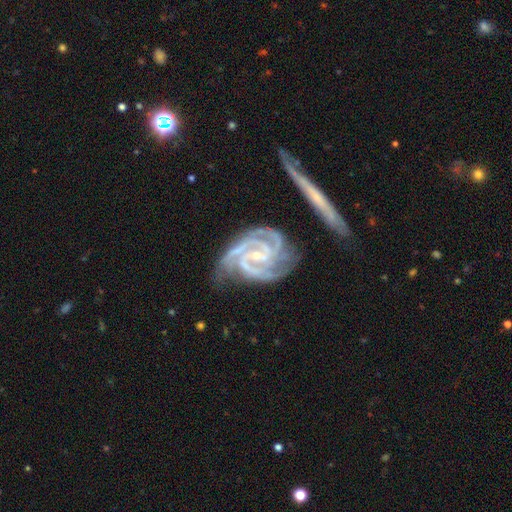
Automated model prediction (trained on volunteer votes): This appears to be a featured or disk galaxy (93%) with a weak bar (38%), 3 (51%) tight (61%) spiral arms (99%) and a small central bulge (75%). Merging: none (58%).